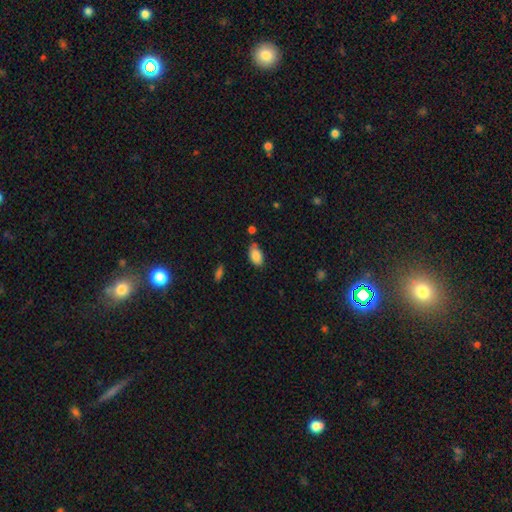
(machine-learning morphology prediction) This is clearly a smooth galaxy (85%). How rounded: clearly in between (93%). Merging: likely none (70%).